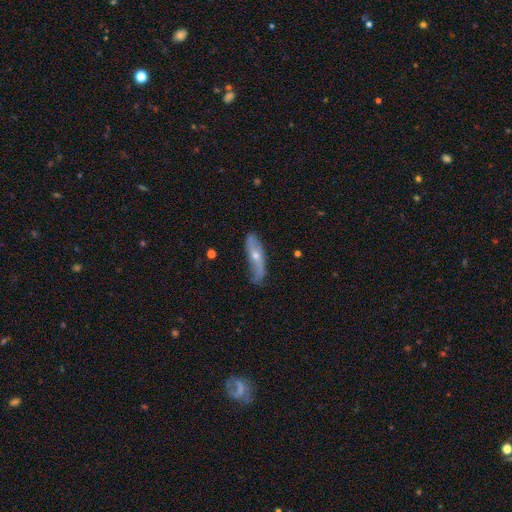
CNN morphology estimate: type=featured or disk (62%); edge-on=no (63%); merging=none (63%).